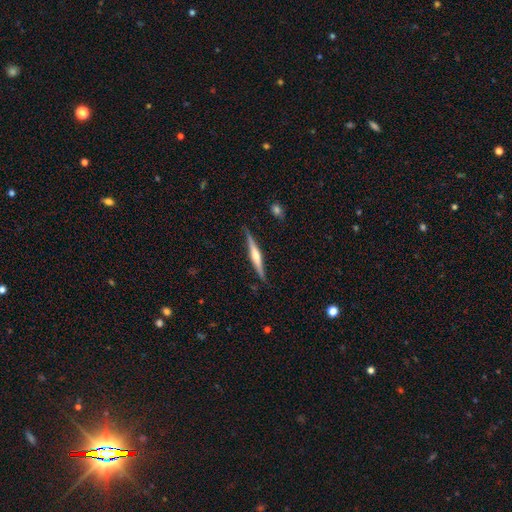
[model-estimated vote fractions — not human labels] Smooth or featured: featured or disk — 66% (smooth — 29%)
Edge-on disk: yes — 97% (no — 3%)
Edge-on bulge: rounded — 78% (none — 12%)
Merging: none — 84% (minor disturbance — 12%)